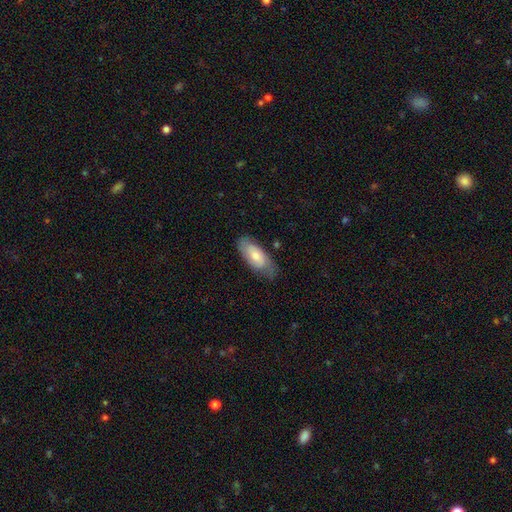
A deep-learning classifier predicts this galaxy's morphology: A smooth galaxy with no disk features (66%) that is in between round and cigar-shaped (85%).

Vote fractions:
- Smooth or featured? smooth: 66% / featured or disk: 28% / star or artifact: 6%
- How rounded? in between: 85% / cigar-shaped: 13% / round: 2%
- Merging? none: 67% / minor disturbance: 25% / major disturbance: 6% / merger: 1%